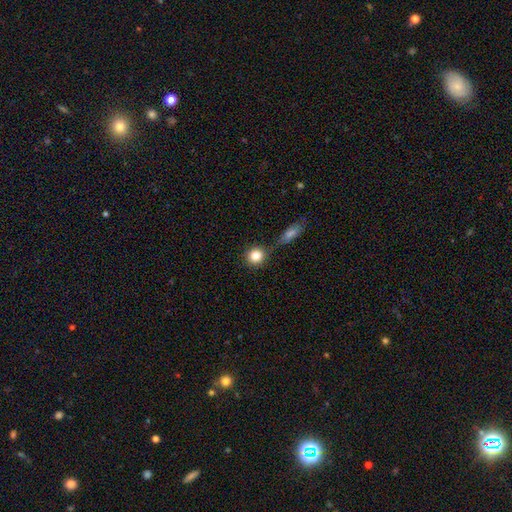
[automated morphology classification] smooth_or_featured: smooth (p=0.83) [alt: star or artifact p=0.09]
how_rounded: round (p=0.87) [alt: in between p=0.11]
merging: none (p=0.68) [alt: merger p=0.17]